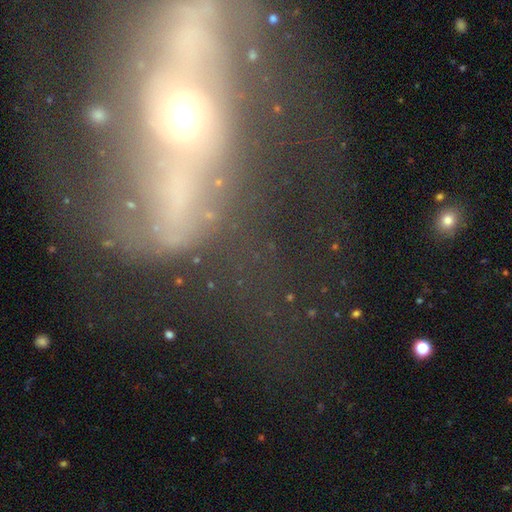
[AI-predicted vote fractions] This appears to be a featured or disk galaxy (64%) with no bar (67%), no spiral arms (55%) and a moderate central bulge (52%). Merging: major disturbance (41%).